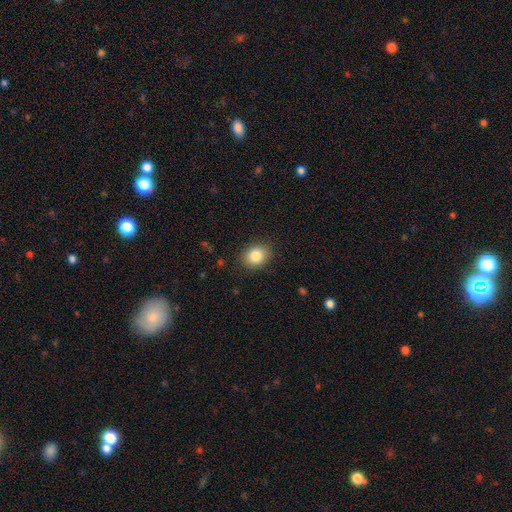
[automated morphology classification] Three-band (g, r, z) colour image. It shows a smooth galaxy with no disk features (84%) that is round (51%). Merging: none (86%).